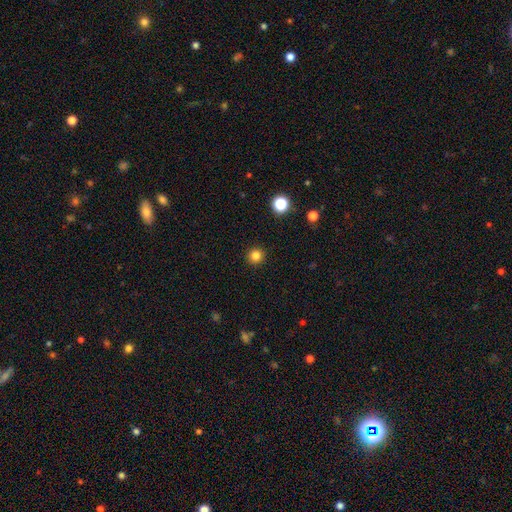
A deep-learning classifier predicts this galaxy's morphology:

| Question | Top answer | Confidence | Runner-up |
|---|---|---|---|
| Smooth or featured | smooth | 83% | star or artifact (13%) |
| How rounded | round | 94% | in between (5%) |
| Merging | none | 93% | minor disturbance (5%) |